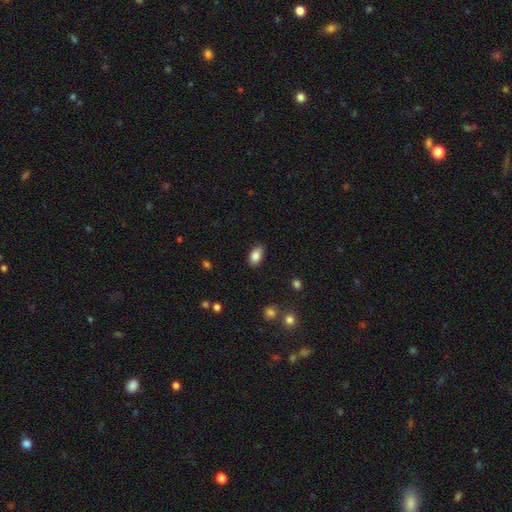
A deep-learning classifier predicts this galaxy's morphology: A smooth galaxy with no disk features (85%) that is in between round and cigar-shaped (90%).

Vote fractions:
- Smooth or featured? smooth: 85% / star or artifact: 8% / featured or disk: 7%
- How rounded? in between: 90% / round: 7% / cigar-shaped: 2%
- Merging? none: 81% / minor disturbance: 15% / major disturbance: 3% / merger: 1%